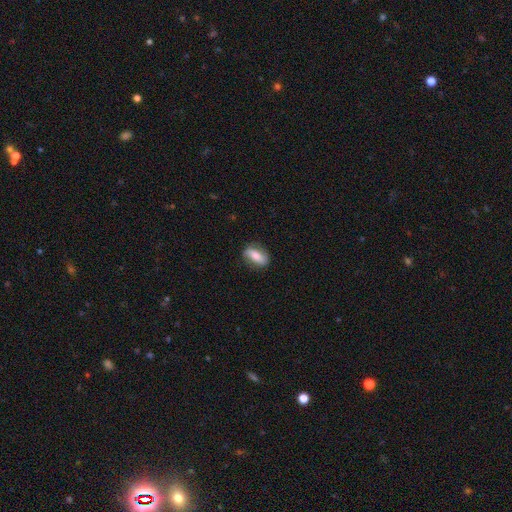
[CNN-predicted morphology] A smooth galaxy with no disk features (62%) that is in between round and cigar-shaped (78%). Merging: none (80%).